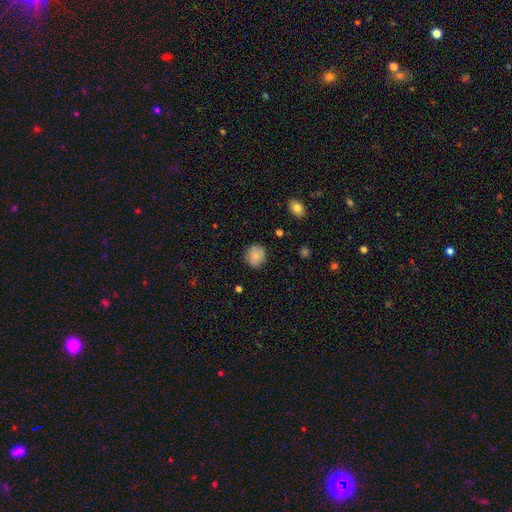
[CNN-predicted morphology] A smooth galaxy with no disk features (81%) that is round (79%).

Vote fractions:
- Smooth or featured? smooth: 81% / featured or disk: 10% / star or artifact: 9%
- How rounded? round: 79% / in between: 20% / cigar-shaped: 1%
- Merging? none: 82% / minor disturbance: 14% / major disturbance: 3% / merger: 2%